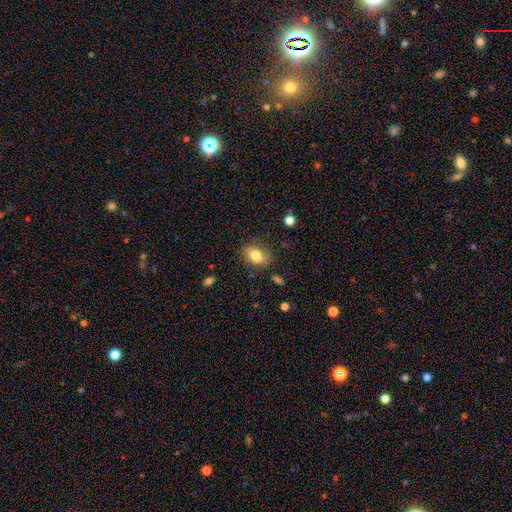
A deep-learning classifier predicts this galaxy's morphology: Smooth or featured?
  - smooth: 79% *
  - featured or disk: 12%
  - star or artifact: 8%
How rounded?
  - in between: 80% *
  - round: 18%
  - cigar-shaped: 2%
Merging?
  - none: 76% *
  - minor disturbance: 17%
  - major disturbance: 5%
  - merger: 2%